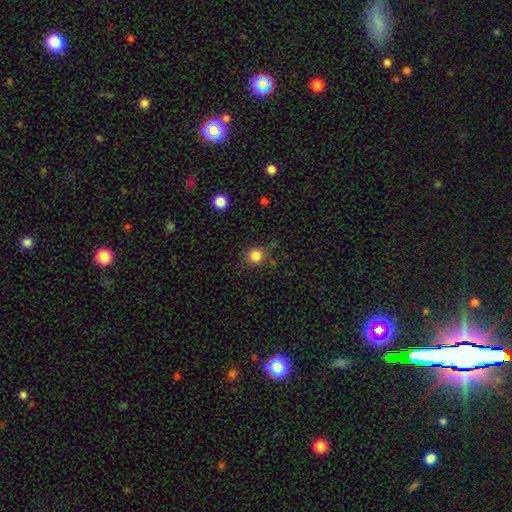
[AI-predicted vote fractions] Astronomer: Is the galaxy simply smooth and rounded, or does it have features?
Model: smooth — 84%.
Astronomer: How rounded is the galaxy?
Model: round — 88%.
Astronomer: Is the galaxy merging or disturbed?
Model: none — 80%.